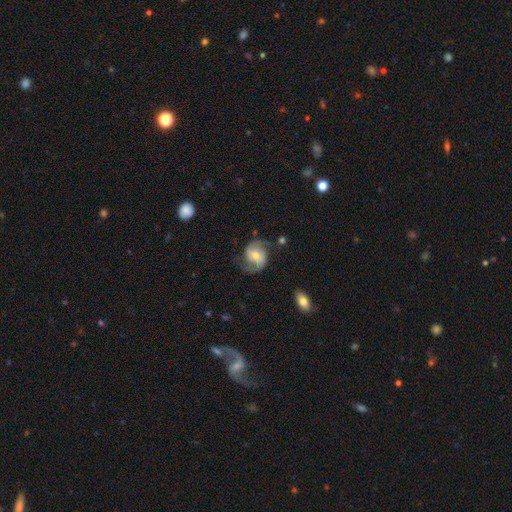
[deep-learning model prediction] A featured or disk galaxy (80%) with a weak bar (41%), 2 (91%) medium (50%) spiral arms (95%) and a moderate central bulge (51%).

Vote fractions:
- Smooth or featured? featured or disk: 80% / smooth: 14% / star or artifact: 6%
- Edge-on disk? no: 98% / yes: 2%
- Bar? weak: 41% / no: 40% / strong: 19%
- Spiral arms? yes: 95% / no: 5%
- Spiral winding? medium: 50% / loose: 31% / tight: 19%
- Spiral arm count? 2: 91% / can't tell: 4% / 1: 2% / 3: 1% / 4: 1% / more than 4: 1%
- Bulge size? moderate: 51% / small: 42% / large: 4% / none: 2% / dominant: 1%
- Merging? none: 71% / minor disturbance: 17% / major disturbance: 9% / merger: 2%